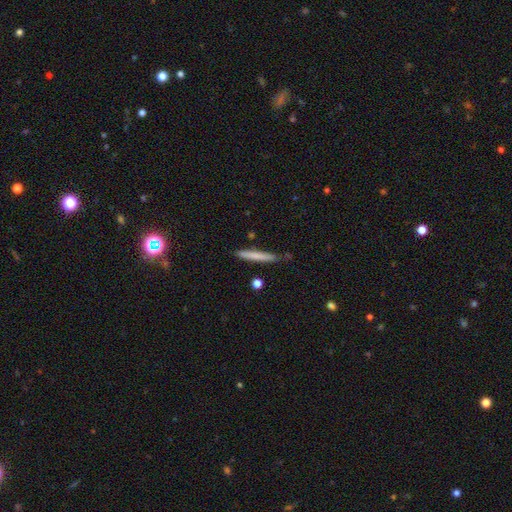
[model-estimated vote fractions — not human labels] This appears to be a smooth galaxy with no disk features (71%) that is cigar-shaped (96%). Merging: none (80%).